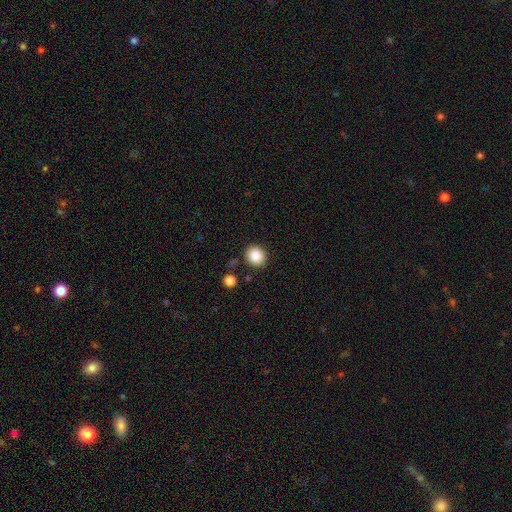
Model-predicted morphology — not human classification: smooth_or_featured: smooth (p=0.87) [alt: star or artifact p=0.09]
how_rounded: round (p=0.78) [alt: in between p=0.21]
merging: none (p=0.87) [alt: minor disturbance p=0.07]